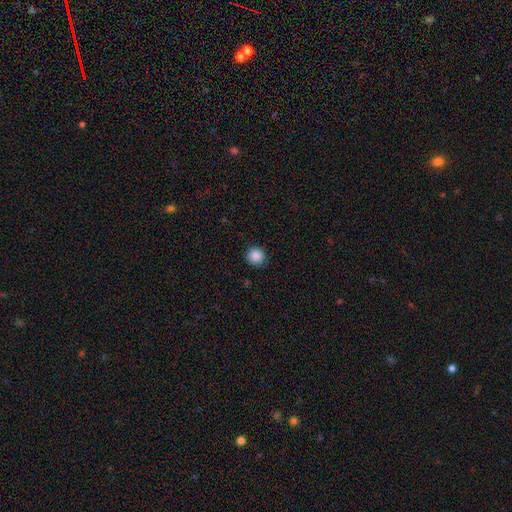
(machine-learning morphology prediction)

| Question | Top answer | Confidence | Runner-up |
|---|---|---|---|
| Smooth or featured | smooth | 87% | star or artifact (10%) |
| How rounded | round | 93% | in between (6%) |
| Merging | none | 89% | minor disturbance (8%) |